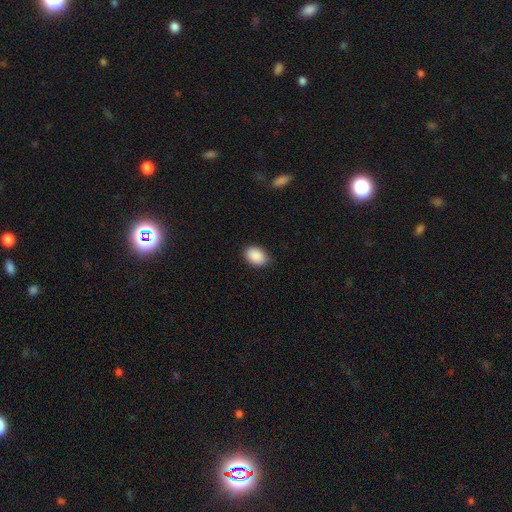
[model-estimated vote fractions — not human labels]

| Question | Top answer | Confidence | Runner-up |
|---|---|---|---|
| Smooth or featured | smooth | 90% | star or artifact (7%) |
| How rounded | in between | 85% | round (14%) |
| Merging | none | 85% | minor disturbance (12%) |